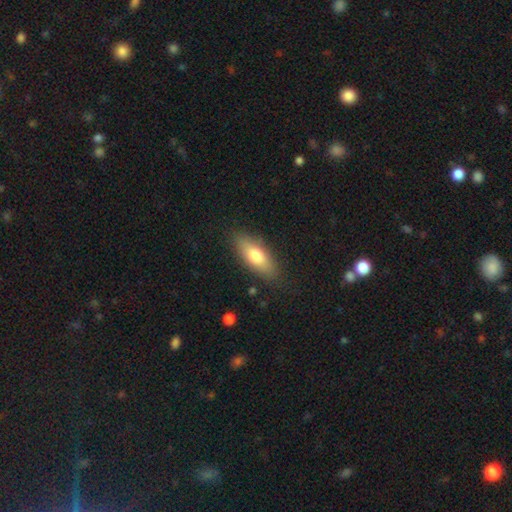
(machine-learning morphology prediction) The model was most divided on "how rounded": in between: 71%, cigar-shaped: 26%, round: 3%. More confident: merging — none (84%); smooth or featured — smooth (71%).